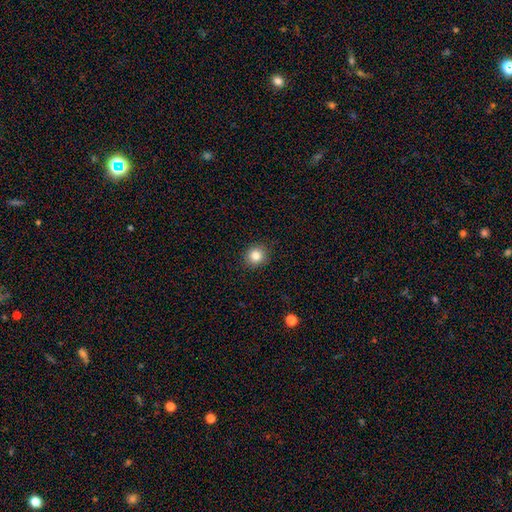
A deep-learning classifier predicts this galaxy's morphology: This appears to be a smooth galaxy with no disk features (83%) that is round (88%). Merging: none (91%).